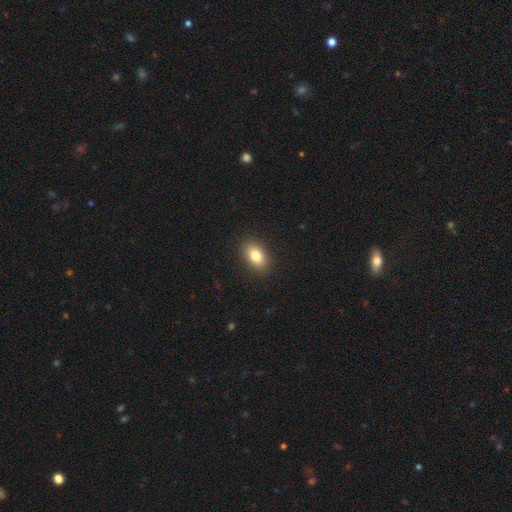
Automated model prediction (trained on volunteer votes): The model was most divided on "smooth or featured": smooth: 82%, featured or disk: 10%, star or artifact: 8%. More confident: merging — none (89%); how rounded — in between (87%).